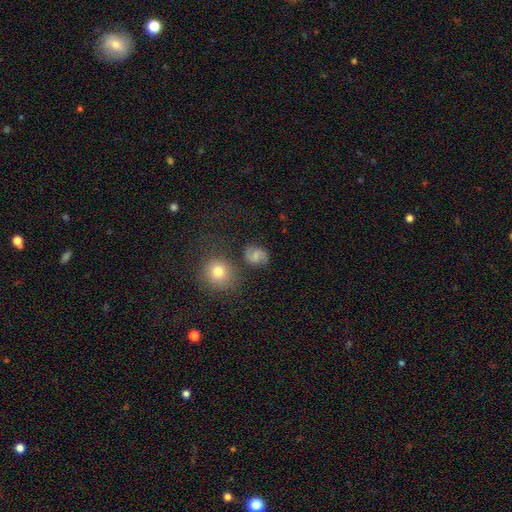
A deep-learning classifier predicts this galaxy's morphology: Overall: featured or disk (53%; smooth 36%). Edge-on disk: no (98%). Bar: weak (49%; no 39%). Spiral arms: yes (90%). Bulge size: small (45%; moderate 30%). Merging: none (77%).